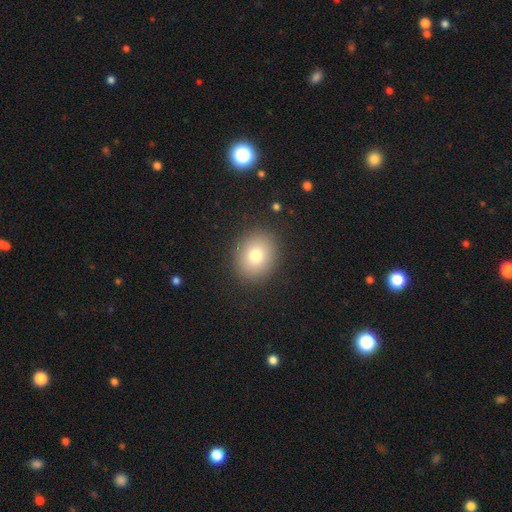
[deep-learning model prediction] The model was most divided on "how rounded": round: 70%, in between: 29%, cigar-shaped: 1%. More confident: merging — none (89%); smooth or featured — smooth (78%).